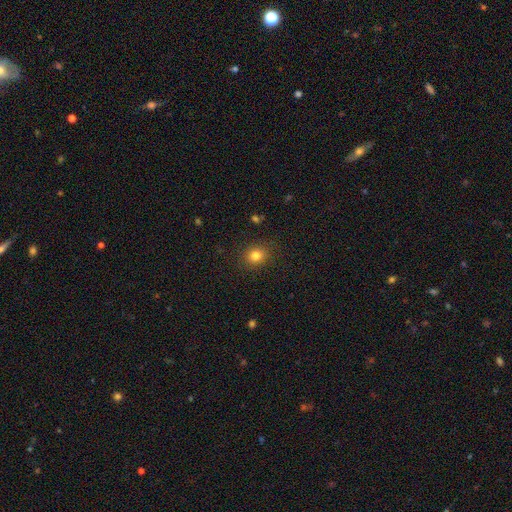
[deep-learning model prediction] Smooth or featured? smooth (81%)
How rounded? round (71%)
Merging? none (87%)